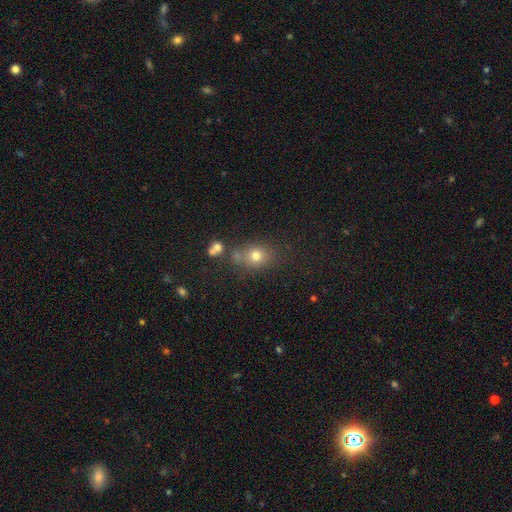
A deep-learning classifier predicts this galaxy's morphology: A smooth galaxy with no disk features (72%) that is round (62%).

Vote fractions:
- Smooth or featured? smooth: 72% / star or artifact: 17% / featured or disk: 11%
- How rounded? round: 62% / in between: 37% / cigar-shaped: 1%
- Merging? none: 66% / merger: 14% / minor disturbance: 14% / major disturbance: 6%